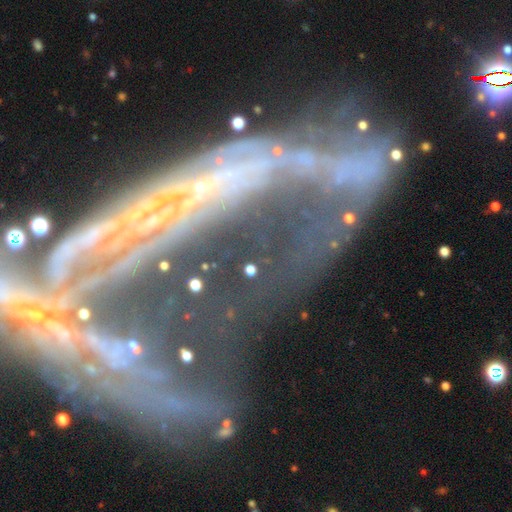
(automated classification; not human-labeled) smooth_or_featured: featured or disk (p=0.66) [alt: star or artifact p=0.23]
disk_edge_on: no (p=0.71) [alt: yes p=0.29]
merging: none (p=0.36) [alt: major disturbance p=0.33]